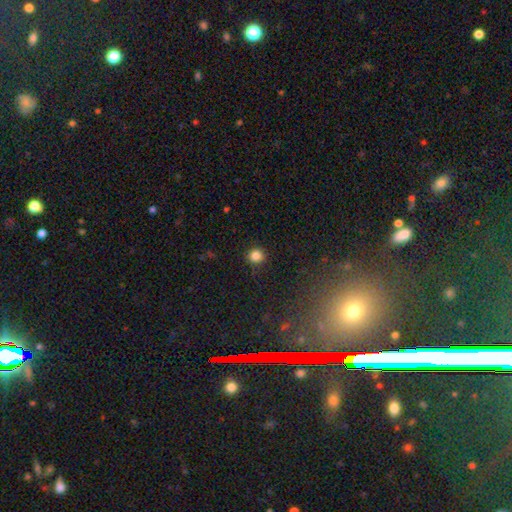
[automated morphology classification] Overall: smooth (84%). How rounded: round (93%). Merging: none (90%).